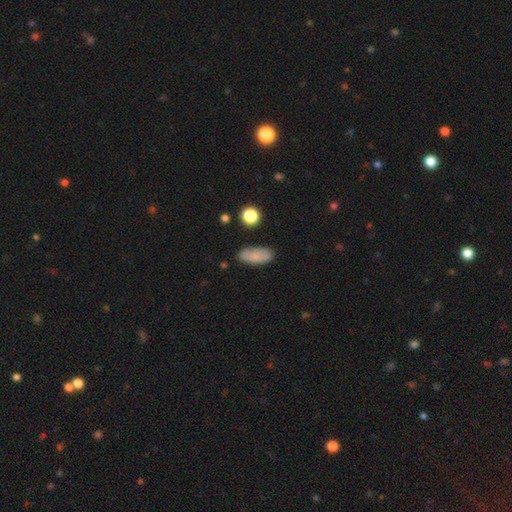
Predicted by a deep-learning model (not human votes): This appears to be a smooth galaxy with no disk features (81%) that is in between round and cigar-shaped (83%). Merging: none (79%).